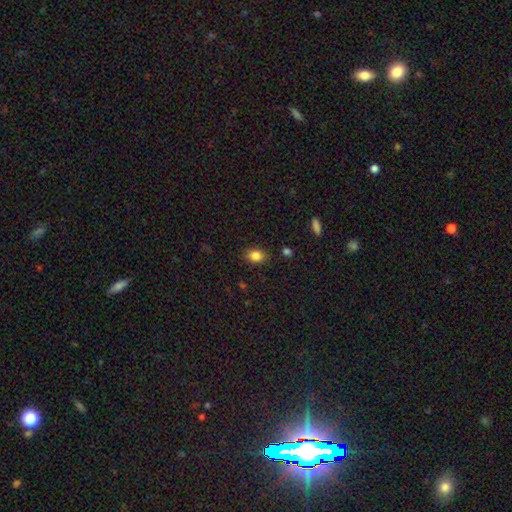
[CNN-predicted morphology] Smooth or featured: smooth — 84% (star or artifact — 11%)
How rounded: in between — 68% (round — 31%)
Merging: none — 86% (minor disturbance — 10%)